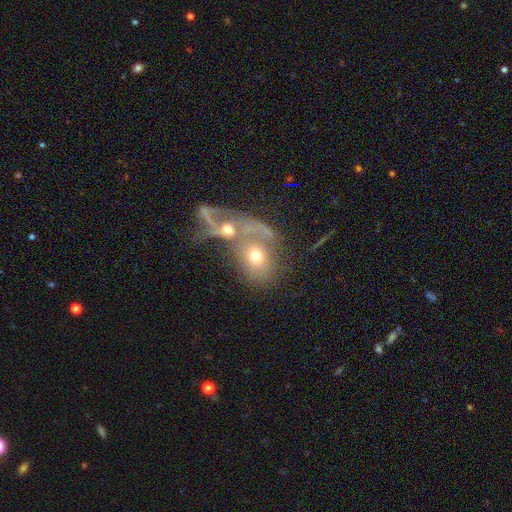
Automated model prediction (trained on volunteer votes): This appears to be a smooth galaxy with no disk features (44%). Merging: merger (66%).